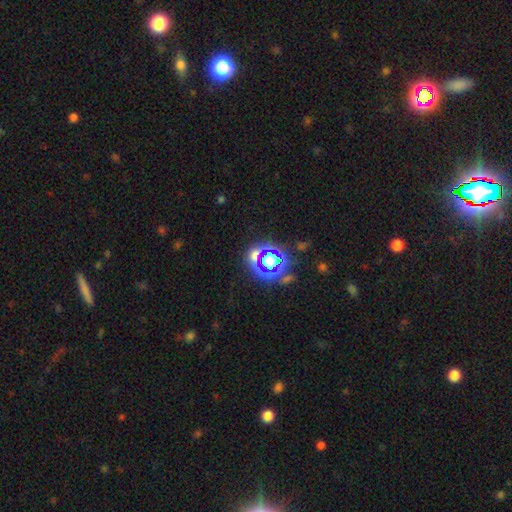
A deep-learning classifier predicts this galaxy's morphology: Q: Smooth or featured?
A: star or artifact (61%); runner-up: smooth (27%)